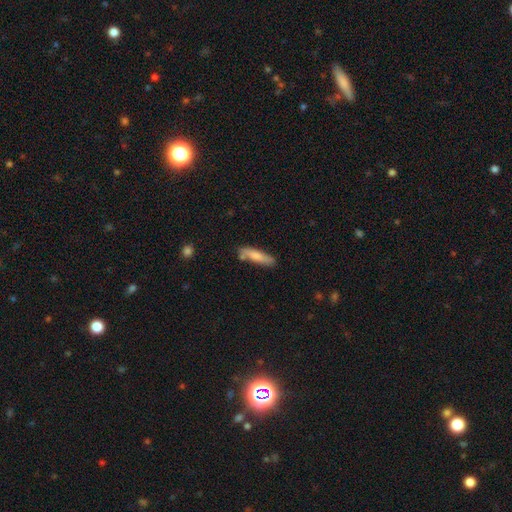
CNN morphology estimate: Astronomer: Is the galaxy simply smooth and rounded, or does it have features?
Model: smooth — 74%.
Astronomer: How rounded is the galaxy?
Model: cigar-shaped — 78%.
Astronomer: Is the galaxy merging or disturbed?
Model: none — 74%.